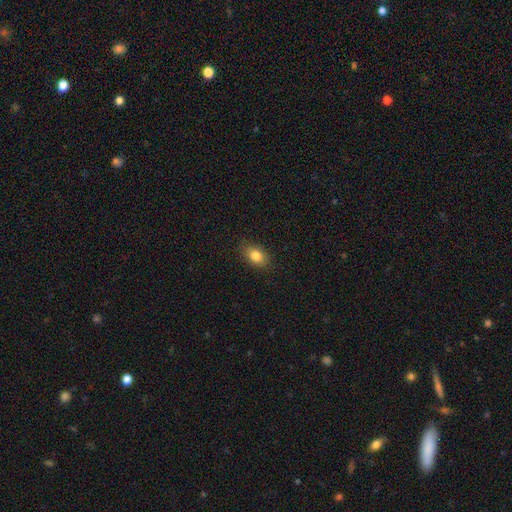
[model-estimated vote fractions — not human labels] Smooth or featured? Predicted: smooth (p=0.83). How rounded? Predicted: in between (p=0.79). Merging? Predicted: none (p=0.85).